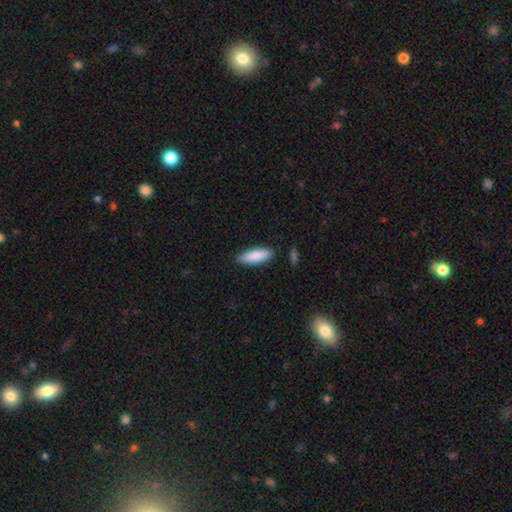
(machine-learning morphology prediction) smooth-or-featured: smooth: 87% | featured or disk: 8% | star or artifact: 6%
  how-rounded: in between: 55% | cigar-shaped: 44% | round: 2%
  merging: none: 85% | minor disturbance: 11% | major disturbance: 2% | merger: 2%